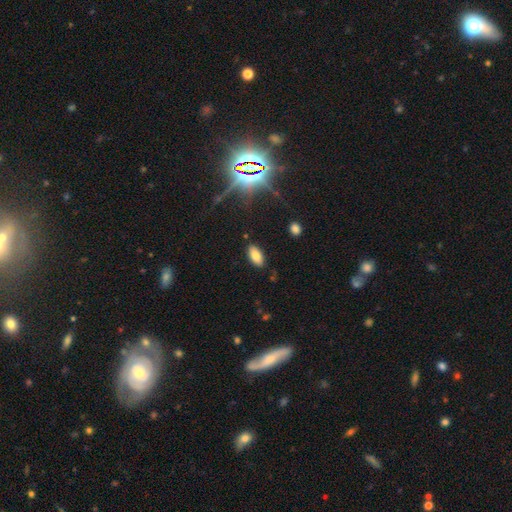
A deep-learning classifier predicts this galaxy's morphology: A smooth galaxy with no disk features (81%) that is in between round and cigar-shaped (91%).

Vote fractions:
- Smooth or featured? smooth: 81% / star or artifact: 10% / featured or disk: 9%
- How rounded? in between: 91% / cigar-shaped: 7% / round: 2%
- Merging? none: 86% / minor disturbance: 10% / major disturbance: 2% / merger: 2%